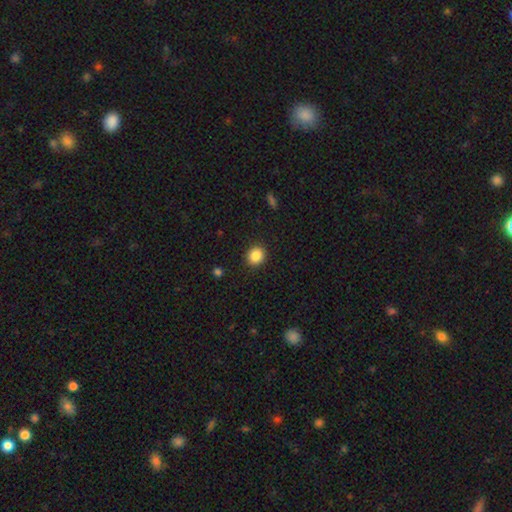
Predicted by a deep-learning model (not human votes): Smooth or featured?
  - smooth: 87% *
  - star or artifact: 9%
  - featured or disk: 3%
How rounded?
  - round: 78% *
  - in between: 21%
  - cigar-shaped: 1%
Merging?
  - none: 90% *
  - minor disturbance: 6%
  - major disturbance: 2%
  - merger: 1%